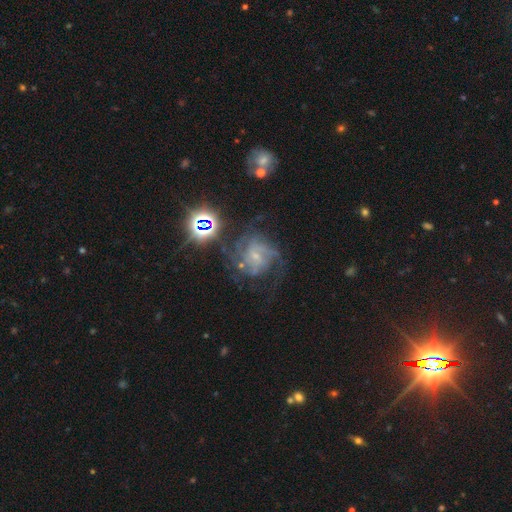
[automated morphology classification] The model was most divided on "spiral winding": medium: 45%, tight: 39%, loose: 15%. Remaining: edge-on disk — no (98%); spiral arms — yes (93%); smooth or featured — featured or disk (75%); bulge size — small (66%); merging — none (57%); bar — no (48%); spiral arm count — can't tell (32%).